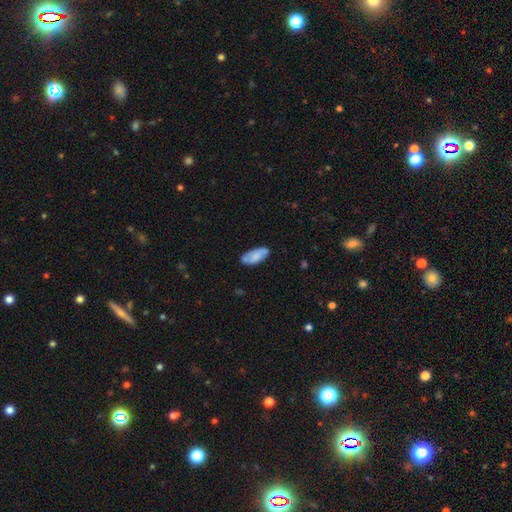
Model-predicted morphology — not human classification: Overall: smooth (70%). How rounded: in between (86%). Merging: none (74%).